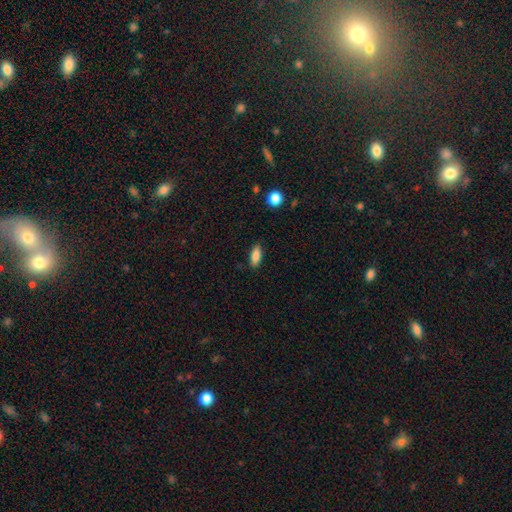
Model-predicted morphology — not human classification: smooth-or-featured: smooth: 85% | featured or disk: 8% | star or artifact: 7%
  how-rounded: in between: 78% | cigar-shaped: 19% | round: 3%
  merging: none: 87% | minor disturbance: 10% | major disturbance: 2% | merger: 1%